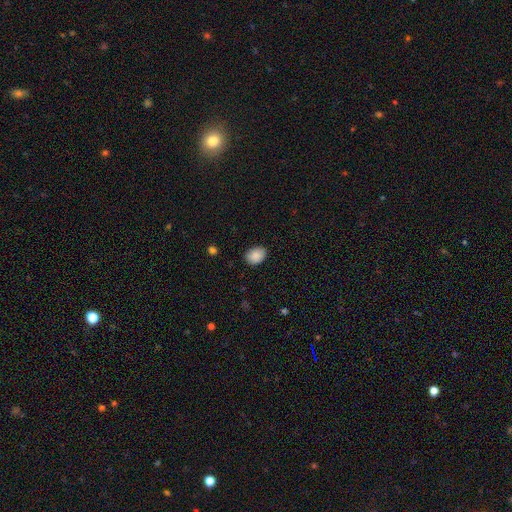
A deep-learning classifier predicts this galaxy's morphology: Smooth or featured? Predicted: smooth (p=0.89). How rounded? Predicted: in between (p=0.70). Merging? Predicted: none (p=0.85).